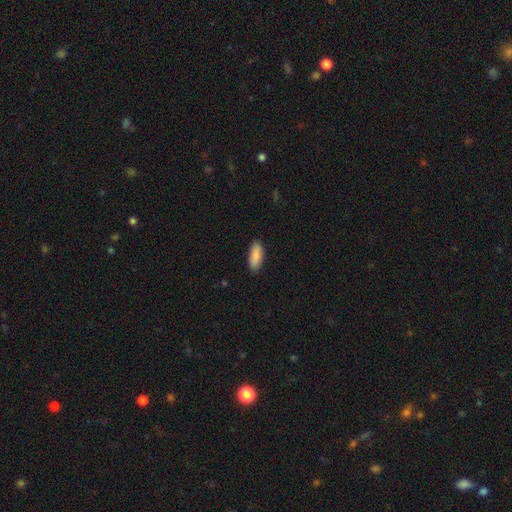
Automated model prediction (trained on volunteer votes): Smooth or featured?
  - smooth: 90% *
  - star or artifact: 6%
  - featured or disk: 5%
How rounded?
  - in between: 80% *
  - cigar-shaped: 18%
  - round: 2%
Merging?
  - none: 89% *
  - minor disturbance: 8%
  - major disturbance: 2%
  - merger: 1%